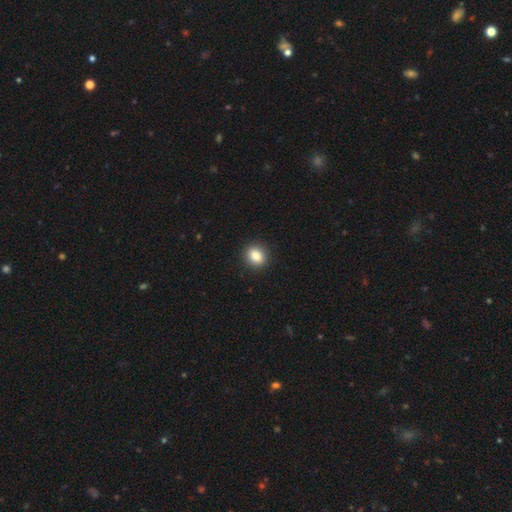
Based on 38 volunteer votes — Q: Smooth or featured?
A: smooth (87%); runner-up: featured or disk (8%)
Q: How rounded?
A: round (61%); runner-up: in between (33%)
Q: Merging?
A: none (86%); runner-up: minor disturbance (8%)